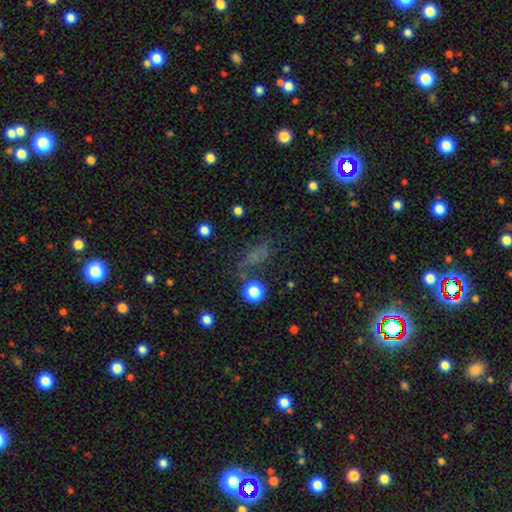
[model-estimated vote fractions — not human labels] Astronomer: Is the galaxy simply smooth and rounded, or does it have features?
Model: smooth — 55% (runner-up: star or artifact, 30%).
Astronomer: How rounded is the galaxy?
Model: in between — 59%.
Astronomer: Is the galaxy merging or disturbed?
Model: none — 59%.